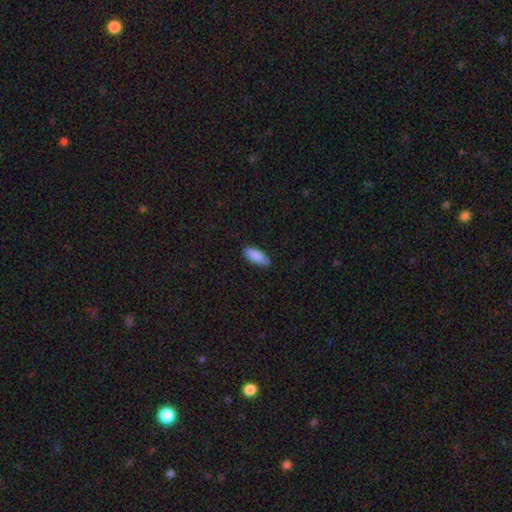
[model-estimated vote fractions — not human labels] smooth 88%, featured or disk 6%, star or artifact 6%. Down the decision tree: how rounded — in between (83%); merging — none (80%).